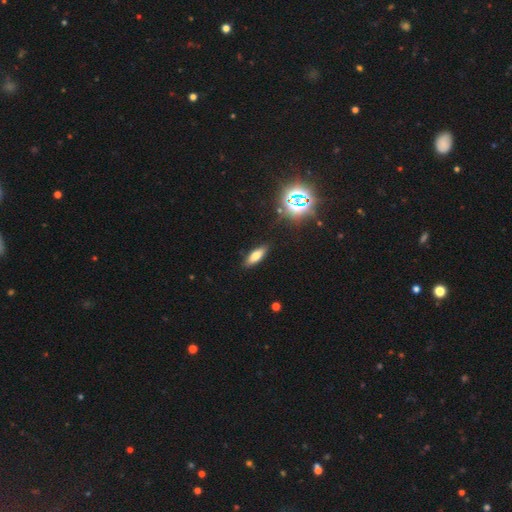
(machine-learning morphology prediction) Smooth or featured? smooth (69%)
How rounded? in between (63%)
Merging? none (87%)